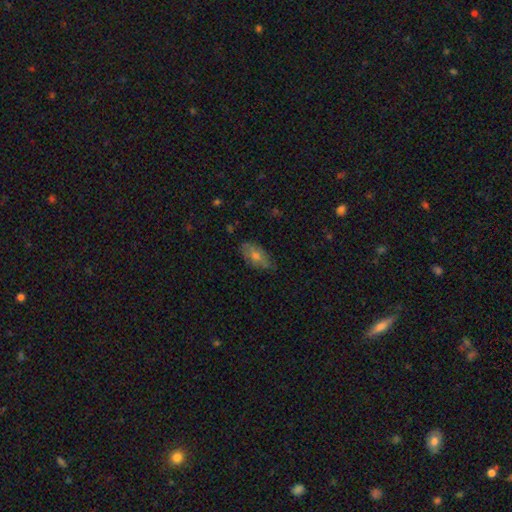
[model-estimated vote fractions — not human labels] Smooth or featured?
  - smooth: 59% *
  - featured or disk: 30%
  - star or artifact: 10%
How rounded?
  - in between: 85% *
  - cigar-shaped: 10%
  - round: 5%
Merging?
  - none: 70% *
  - minor disturbance: 23%
  - major disturbance: 5%
  - merger: 2%